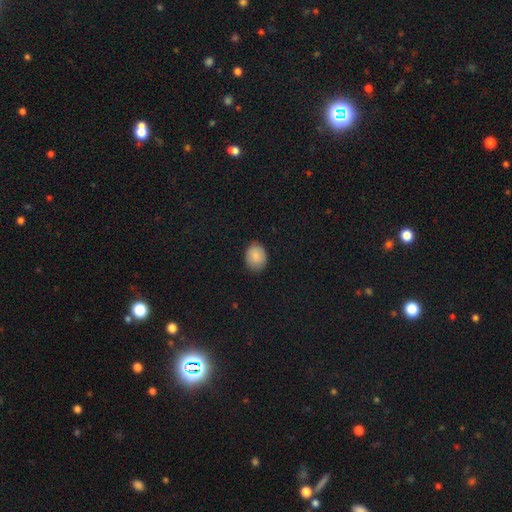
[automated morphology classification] This is clearly a smooth galaxy (86%). How rounded: possibly in between (57%). Merging: clearly none (85%).